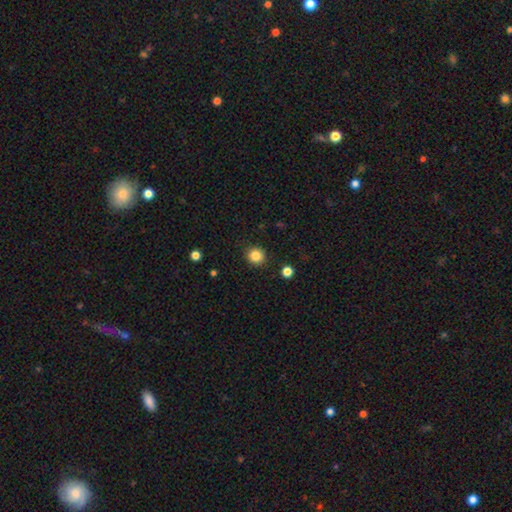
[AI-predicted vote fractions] smooth-or-featured: smooth: 84% | star or artifact: 11% | featured or disk: 4%
  how-rounded: round: 92% | in between: 7% | cigar-shaped: 1%
  merging: none: 91% | minor disturbance: 6% | major disturbance: 2% | merger: 1%